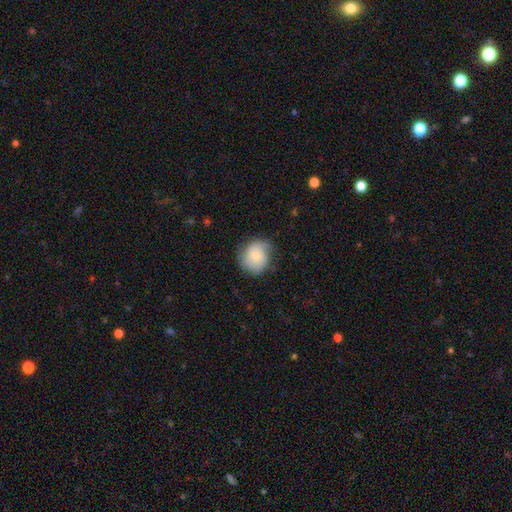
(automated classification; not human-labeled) Q: Smooth or featured?
A: smooth (67%); runner-up: featured or disk (25%)
Q: How rounded?
A: round (76%); runner-up: in between (23%)
Q: Merging?
A: none (62%); runner-up: minor disturbance (27%)